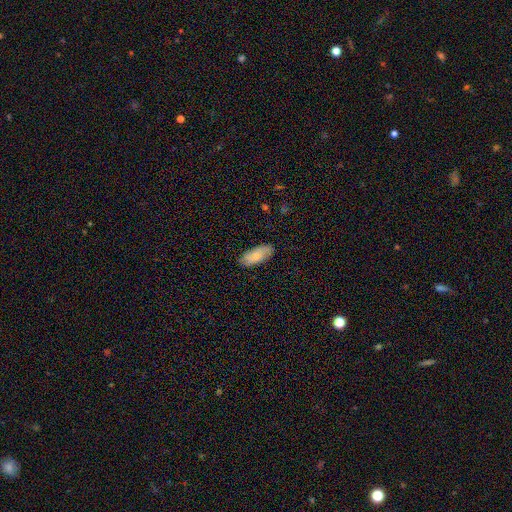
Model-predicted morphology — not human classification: type=smooth (75%); roundness=in between (87%); merging=none (83%).